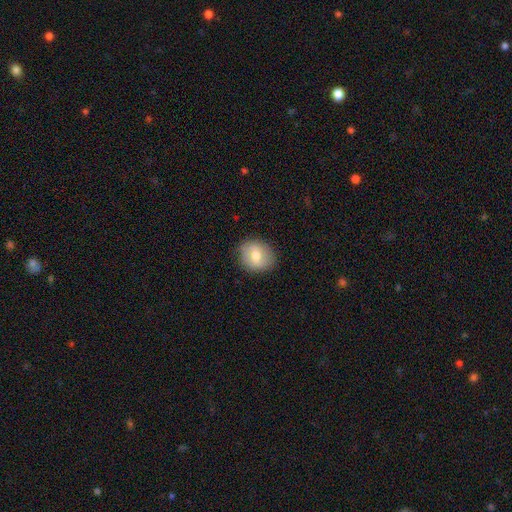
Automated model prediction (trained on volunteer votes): smooth_or_featured: smooth (p=0.65) [alt: featured or disk p=0.27]
how_rounded: round (p=0.69) [alt: in between p=0.30]
merging: none (p=0.84) [alt: minor disturbance p=0.12]